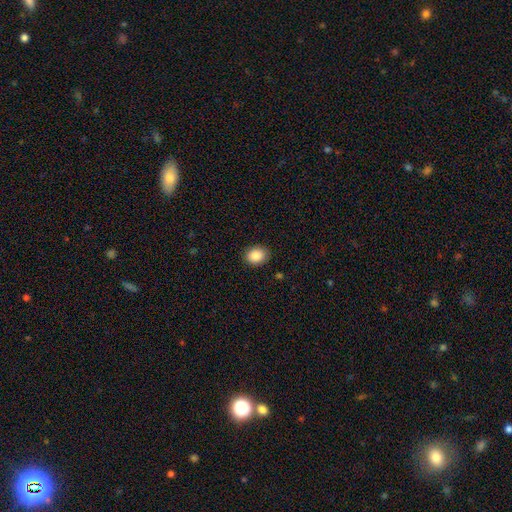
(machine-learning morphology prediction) This is clearly a smooth galaxy (88%). How rounded: possibly in between (53%). Merging: clearly none (88%).